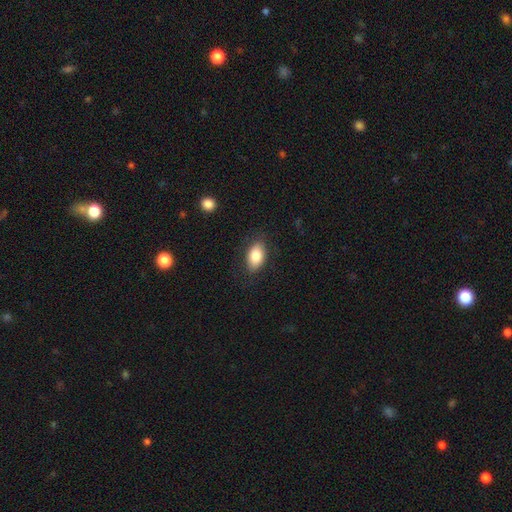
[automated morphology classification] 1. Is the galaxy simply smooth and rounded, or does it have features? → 84% smooth, 9% featured or disk, 7% star or artifact.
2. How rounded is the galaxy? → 91% in between, 7% round, 2% cigar-shaped.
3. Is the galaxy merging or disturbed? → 83% none, 12% minor disturbance, 4% major disturbance, 1% merger.